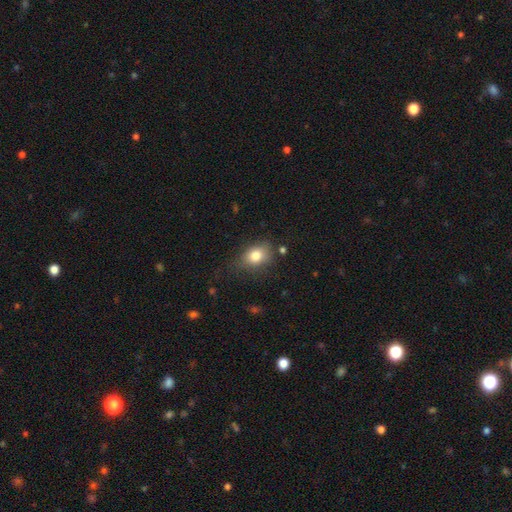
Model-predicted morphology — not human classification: Smooth or featured: smooth — 80% (featured or disk — 10%)
How rounded: in between — 64% (round — 35%)
Merging: none — 64% (minor disturbance — 25%)